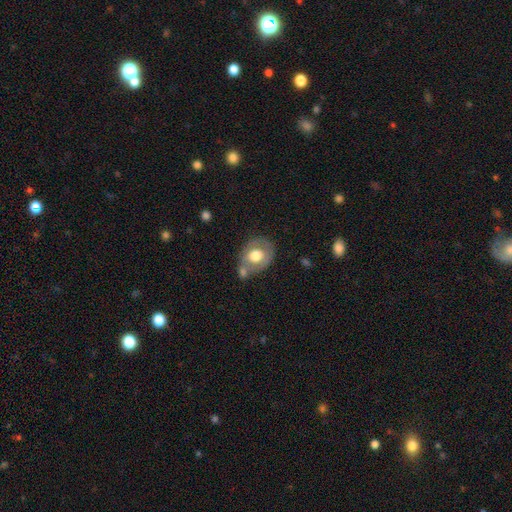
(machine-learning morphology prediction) smooth 59%, featured or disk 35%, star or artifact 7%. Down the decision tree: how rounded — in between (53%); merging — none (51%).